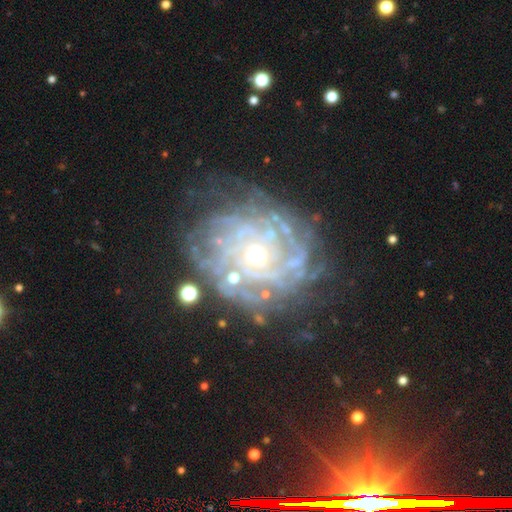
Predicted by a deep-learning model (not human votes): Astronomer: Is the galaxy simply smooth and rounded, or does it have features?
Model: featured or disk — 87%.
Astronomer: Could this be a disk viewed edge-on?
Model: no — 97%.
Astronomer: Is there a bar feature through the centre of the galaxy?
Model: no — 82%.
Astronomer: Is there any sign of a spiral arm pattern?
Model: yes — 91%.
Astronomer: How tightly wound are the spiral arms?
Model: tight — 75%.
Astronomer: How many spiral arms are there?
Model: can't tell — 41% (runner-up: more than 4, 19%).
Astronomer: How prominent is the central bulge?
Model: small — 61%.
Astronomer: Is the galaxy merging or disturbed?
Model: none — 67%.